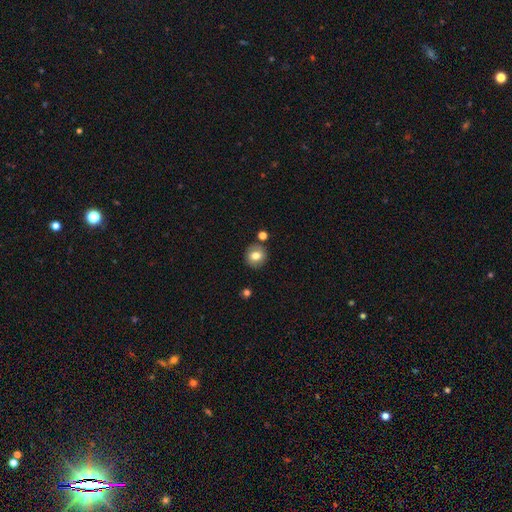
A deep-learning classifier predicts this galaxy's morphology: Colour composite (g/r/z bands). It shows a smooth galaxy with no disk features (76%) that is round (84%). Merging: none (83%).